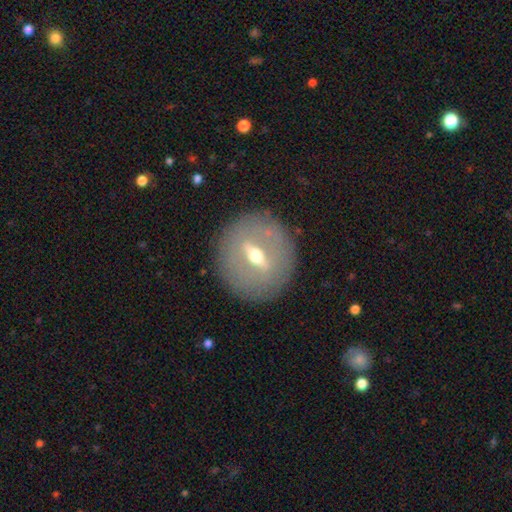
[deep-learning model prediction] Q: Smooth or featured?
A: featured or disk (71%); runner-up: smooth (22%)
Q: Edge-on disk?
A: no (64%); runner-up: yes (36%)
Q: Merging?
A: none (87%); runner-up: minor disturbance (8%)